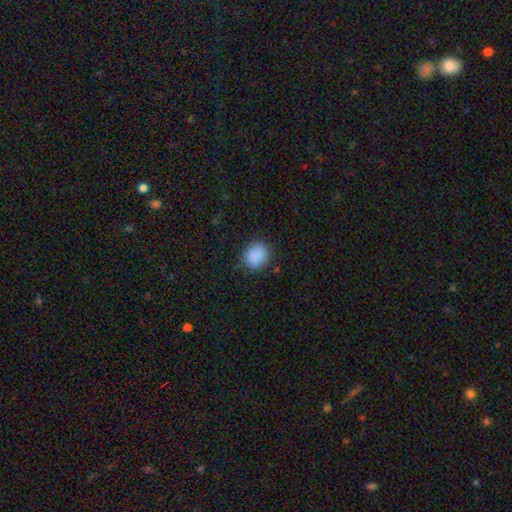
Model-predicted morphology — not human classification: smooth 88%, star or artifact 8%, featured or disk 4%. Down the decision tree: how rounded — round (69%); merging — none (83%).